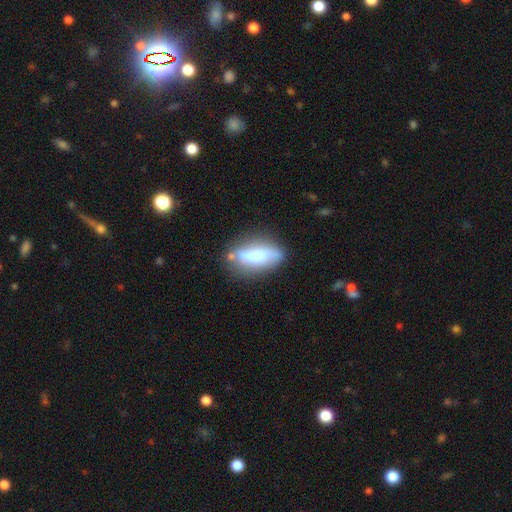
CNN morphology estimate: smooth-or-featured: smooth: 58% | featured or disk: 34% | star or artifact: 8%
  how-rounded: in between: 61% | cigar-shaped: 35% | round: 4%
  merging: none: 61% | minor disturbance: 21% | merger: 9% | major disturbance: 8%